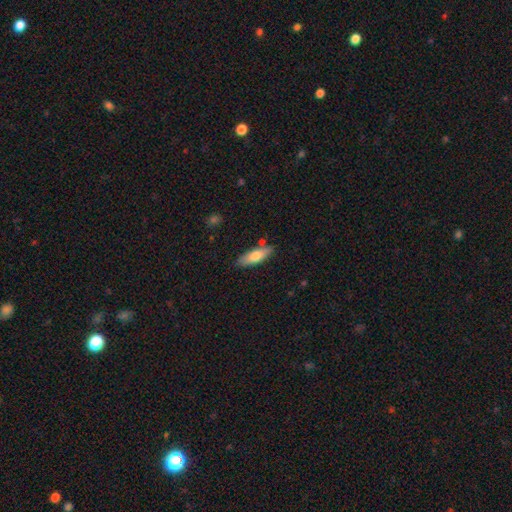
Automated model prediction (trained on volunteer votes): Smooth or featured? Predicted: smooth (p=0.73). How rounded? Predicted: in between (p=0.53). Merging? Predicted: none (p=0.82).